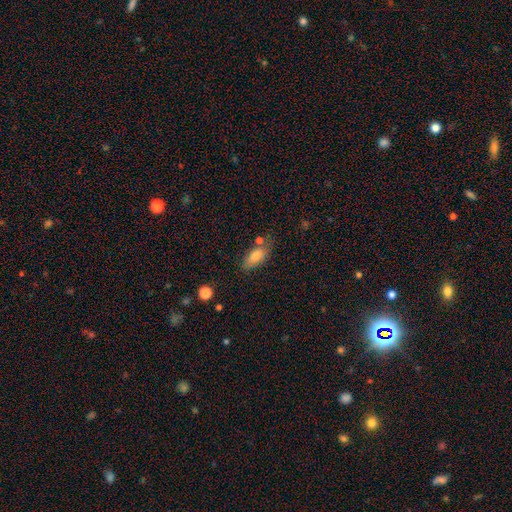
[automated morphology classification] type=smooth (79%); roundness=in between (81%); merging=none (61%).